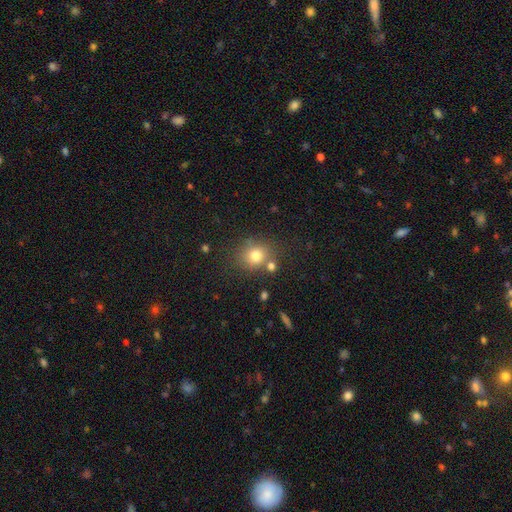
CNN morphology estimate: This appears to be a smooth galaxy with no disk features (76%) that is round (76%). Merging: none (71%).